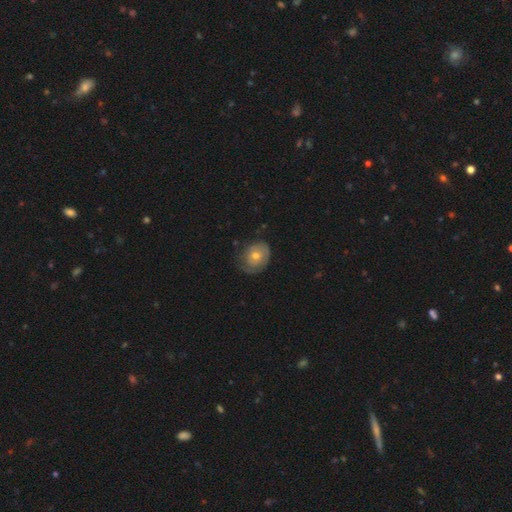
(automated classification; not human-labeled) A featured or disk galaxy (47%). Merging: none (63%).